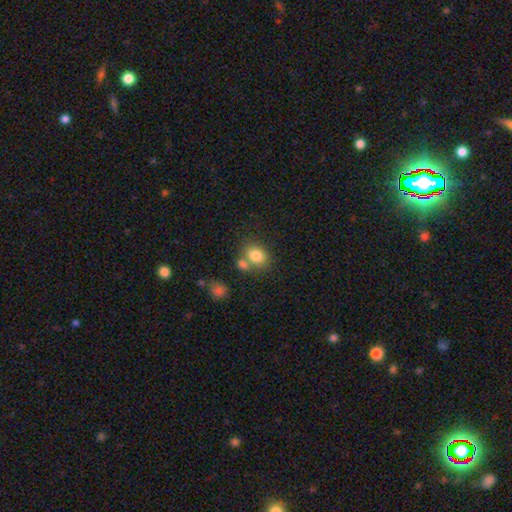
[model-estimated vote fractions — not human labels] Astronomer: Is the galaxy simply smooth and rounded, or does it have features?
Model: smooth — 81%.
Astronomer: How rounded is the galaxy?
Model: in between — 56% (runner-up: round, 43%).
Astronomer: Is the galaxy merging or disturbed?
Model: none — 52% (runner-up: merger, 31%).